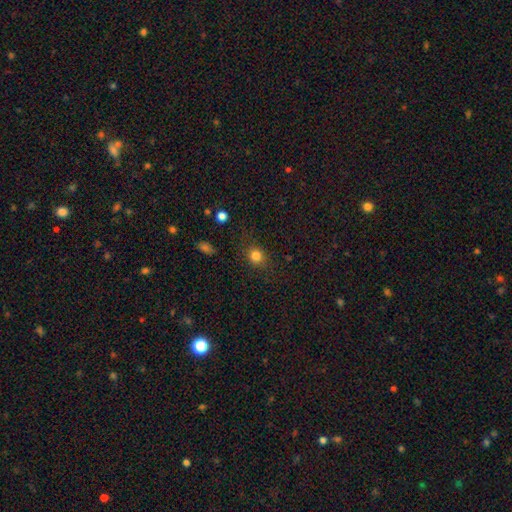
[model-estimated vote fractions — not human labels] Overall: smooth (81%). How rounded: round (80%). Merging: none (82%).